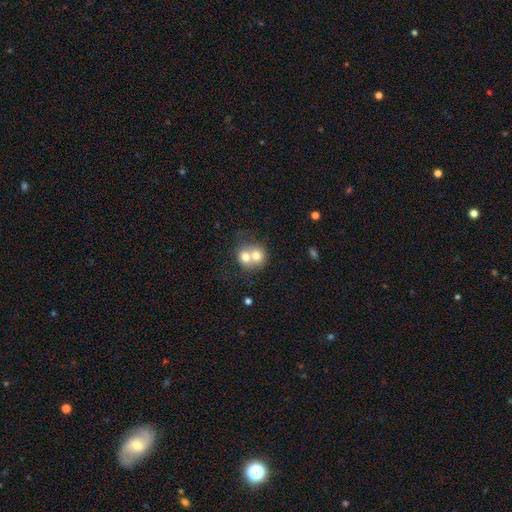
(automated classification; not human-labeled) smooth 67%, featured or disk 24%, star or artifact 9%. Down the decision tree: how rounded — round (73%); merging — merger (72%).